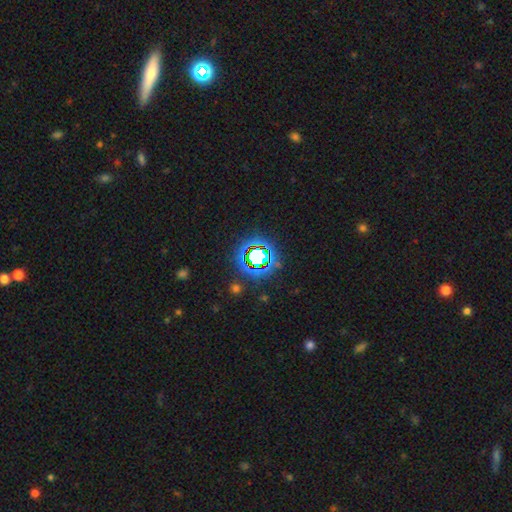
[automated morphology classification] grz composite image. It shows a star or artifact, not a galaxy (71%).